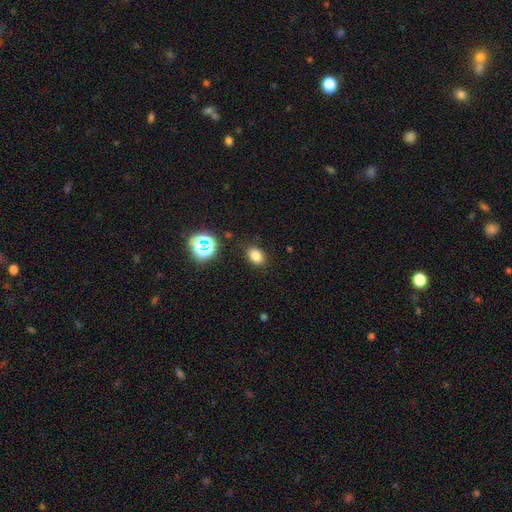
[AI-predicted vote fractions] Smooth or featured? Predicted: smooth (p=0.79). How rounded? Predicted: in between (p=0.74). Merging? Predicted: none (p=0.85).